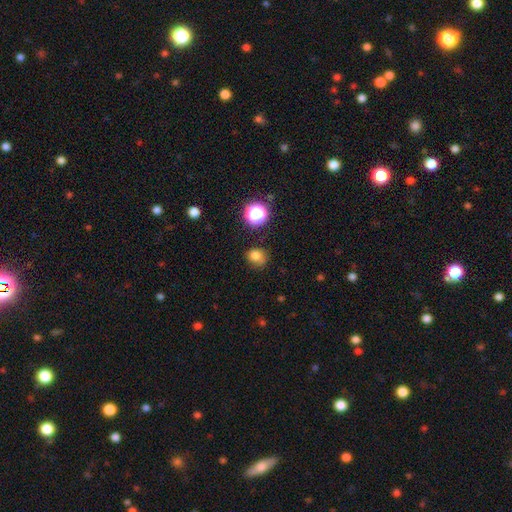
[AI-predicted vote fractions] smooth-or-featured: smooth: 76% | star or artifact: 15% | featured or disk: 8%
  how-rounded: round: 73% | in between: 26% | cigar-shaped: 1%
  merging: none: 63% | minor disturbance: 24% | major disturbance: 9% | merger: 4%